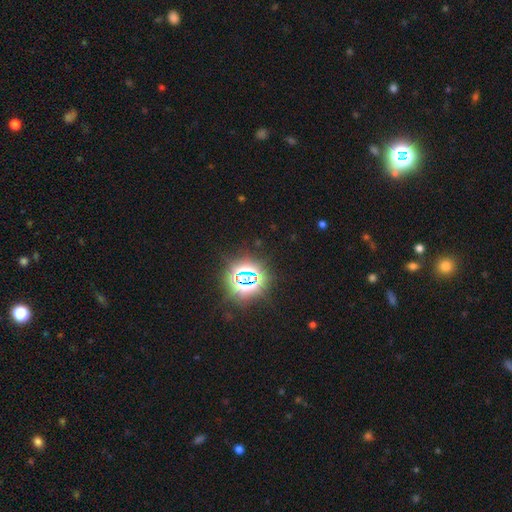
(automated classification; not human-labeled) Q: Smooth or featured?
A: star or artifact (83%); runner-up: smooth (10%)